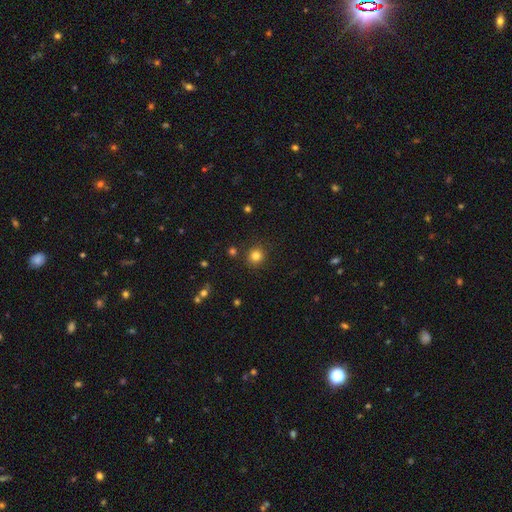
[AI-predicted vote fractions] Q: Smooth or featured?
A: smooth (81%); runner-up: star or artifact (13%)
Q: How rounded?
A: round (91%); runner-up: in between (8%)
Q: Merging?
A: none (87%); runner-up: minor disturbance (7%)